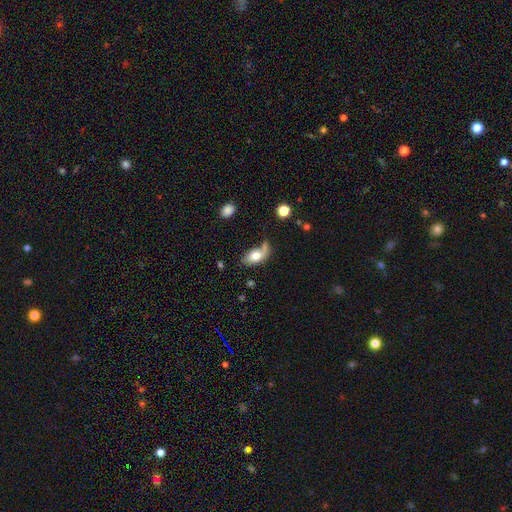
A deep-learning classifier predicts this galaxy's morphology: Q: Smooth or featured?
A: smooth (65%); runner-up: featured or disk (27%)
Q: How rounded?
A: in between (88%); runner-up: round (7%)
Q: Merging?
A: none (40%); runner-up: minor disturbance (25%)